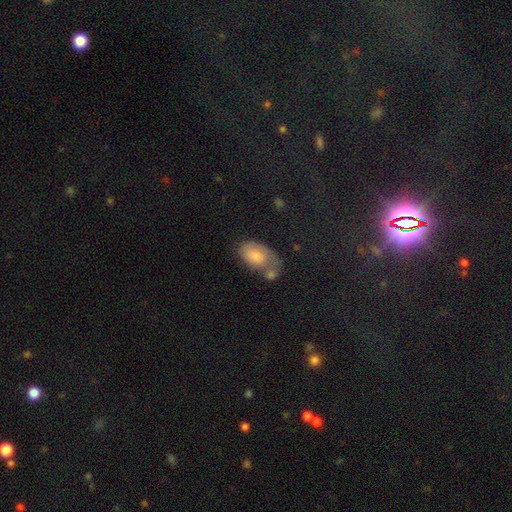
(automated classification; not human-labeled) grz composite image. It shows a smooth galaxy with no disk features (77%) that is in between round and cigar-shaped (91%). Merging: none (34%).